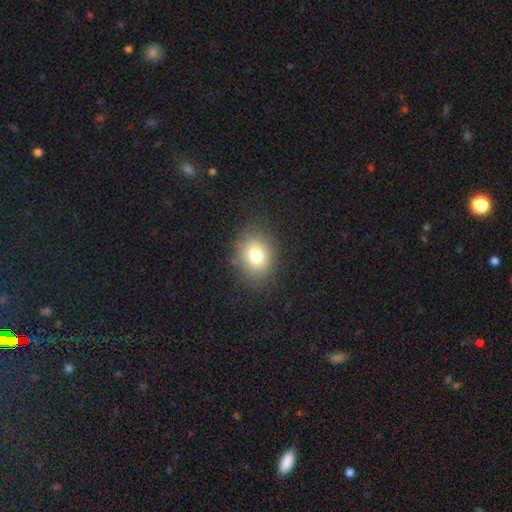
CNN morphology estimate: type=smooth (76%); roundness=round (54%); merging=none (83%).